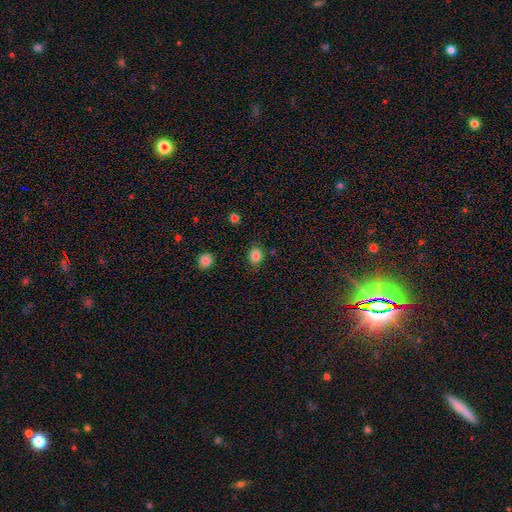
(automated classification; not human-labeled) Smooth or featured: smooth — 84% (star or artifact — 11%)
How rounded: round — 57% (in between — 43%)
Merging: none — 82% (minor disturbance — 13%)